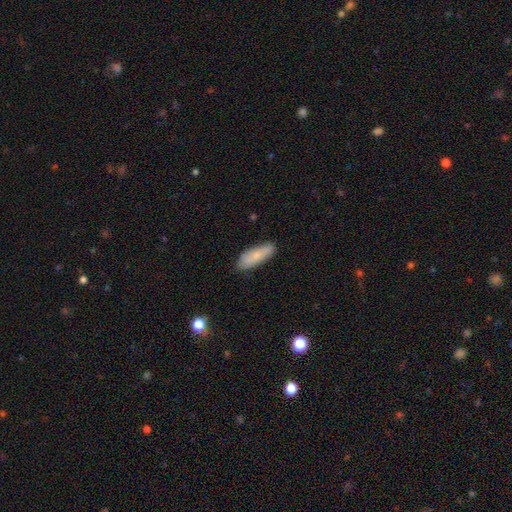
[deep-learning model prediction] This is likely a smooth galaxy (75%). How rounded: possibly in between (57%). Merging: likely none (80%).